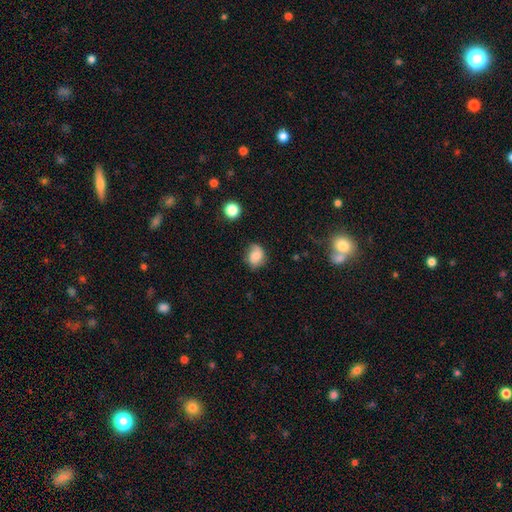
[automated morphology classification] Smooth or featured?
  - smooth: 61% *
  - featured or disk: 29%
  - star or artifact: 11%
How rounded?
  - round: 52% *
  - in between: 47%
  - cigar-shaped: 1%
Merging?
  - none: 65% *
  - minor disturbance: 26%
  - major disturbance: 7%
  - merger: 2%